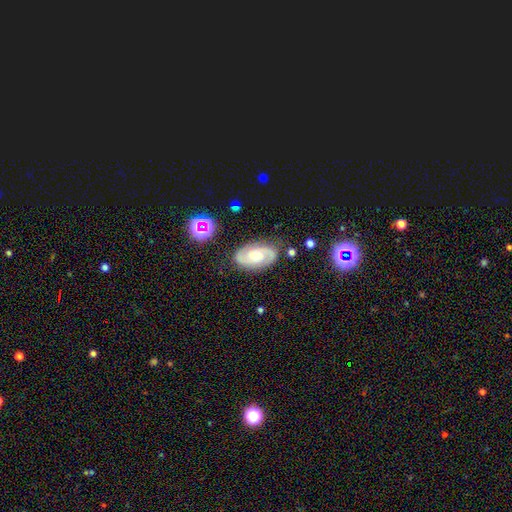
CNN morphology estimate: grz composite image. It shows a featured or disk galaxy (82%) with no bar (57%), 2 (90%) medium (47%) spiral arms (97%) and a moderate central bulge (43%). Merging: none (81%).